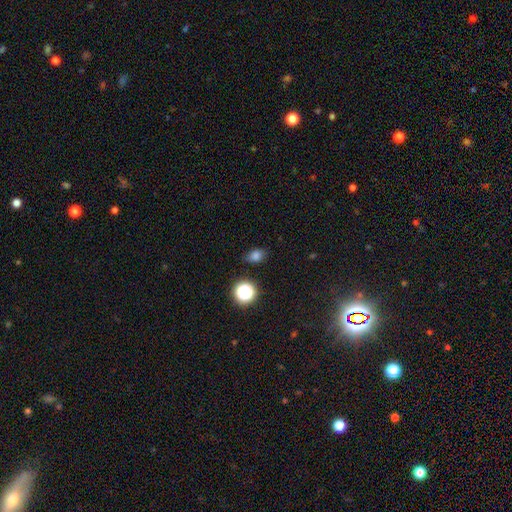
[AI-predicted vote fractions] This is likely a smooth galaxy (77%). How rounded: likely in between (69%). Merging: clearly none (80%).